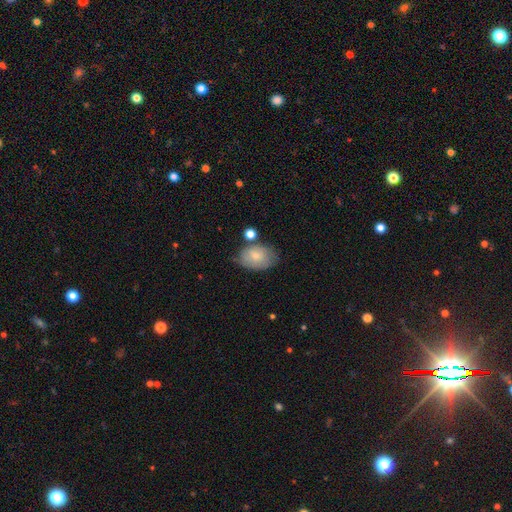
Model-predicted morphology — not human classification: Overall: smooth (69%). How rounded: in between (78%). Merging: none (57%; minor disturbance 27%).